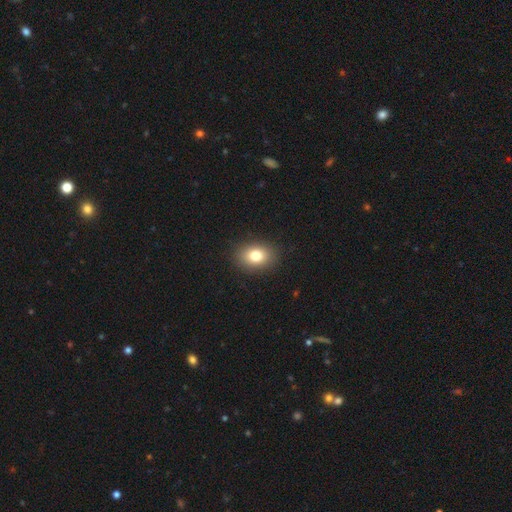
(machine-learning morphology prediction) smooth_or_featured: smooth (p=0.79) [alt: star or artifact p=0.11]
how_rounded: in between (p=0.66) [alt: round p=0.33]
merging: none (p=0.89) [alt: minor disturbance p=0.07]